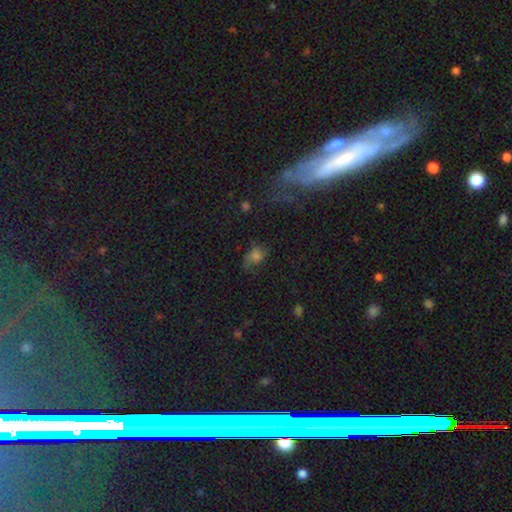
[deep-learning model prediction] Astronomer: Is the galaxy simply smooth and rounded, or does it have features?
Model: smooth — 58%.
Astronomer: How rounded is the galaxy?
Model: in between — 71%.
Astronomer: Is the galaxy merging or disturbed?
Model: none — 48% (runner-up: minor disturbance, 27%).